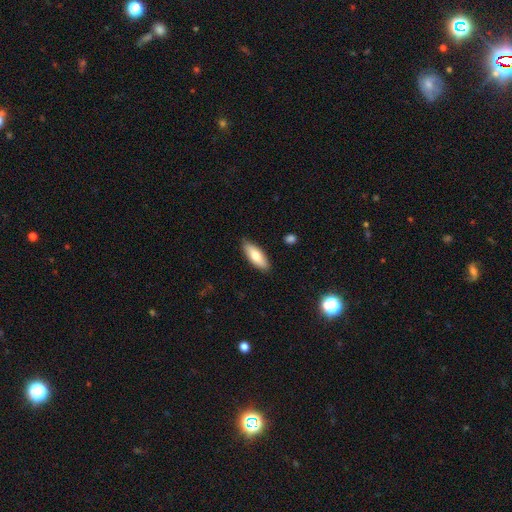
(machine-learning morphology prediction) smooth-or-featured: smooth: 78% | featured or disk: 17% | star or artifact: 6%
  how-rounded: in between: 68% | cigar-shaped: 30% | round: 2%
  merging: none: 87% | minor disturbance: 10% | major disturbance: 2% | merger: 1%